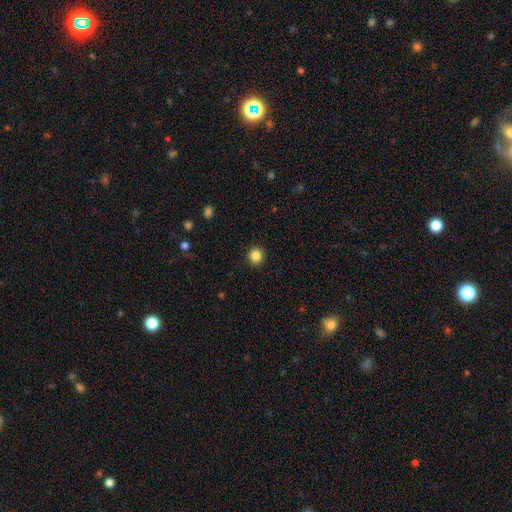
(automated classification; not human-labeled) smooth 85%, star or artifact 11%, featured or disk 4%. Down the decision tree: how rounded — round (91%); merging — none (92%).